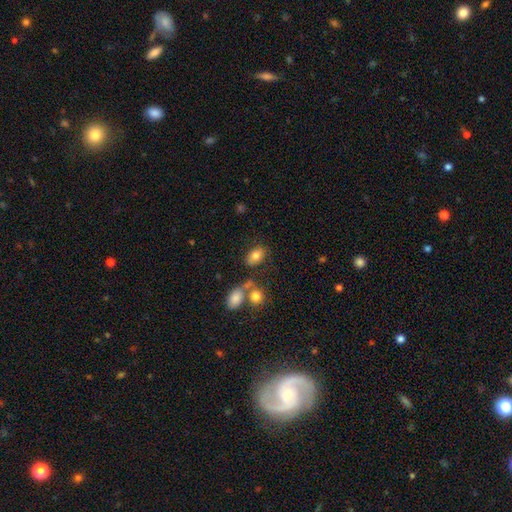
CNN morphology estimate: Smooth or featured: smooth — 79% (featured or disk — 12%)
How rounded: in between — 85% (round — 13%)
Merging: none — 67% (minor disturbance — 14%)